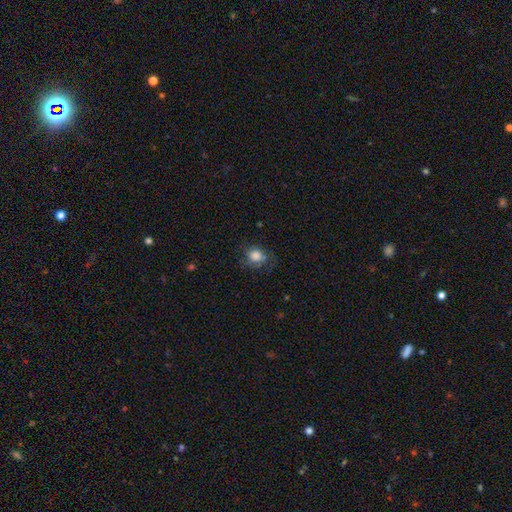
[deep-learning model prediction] smooth 80%, featured or disk 10%, star or artifact 10%. Down the decision tree: how rounded — round (69%); merging — none (63%).